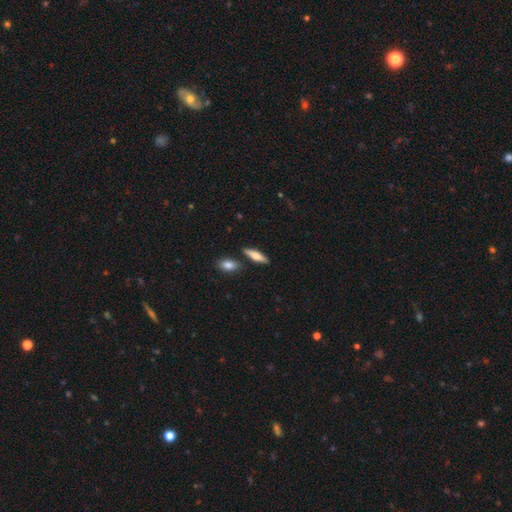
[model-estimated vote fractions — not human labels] Q: Smooth or featured?
A: smooth (62%); runner-up: featured or disk (32%)
Q: How rounded?
A: cigar-shaped (59%); runner-up: in between (38%)
Q: Merging?
A: none (81%); runner-up: minor disturbance (10%)